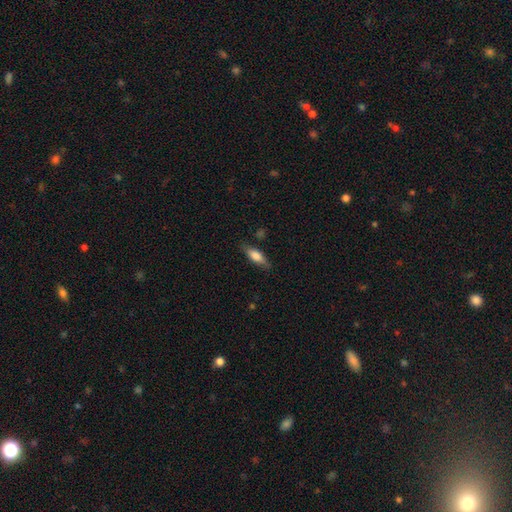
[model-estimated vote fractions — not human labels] Smooth or featured? smooth (71%)
How rounded? in between (58%)
Merging? none (78%)